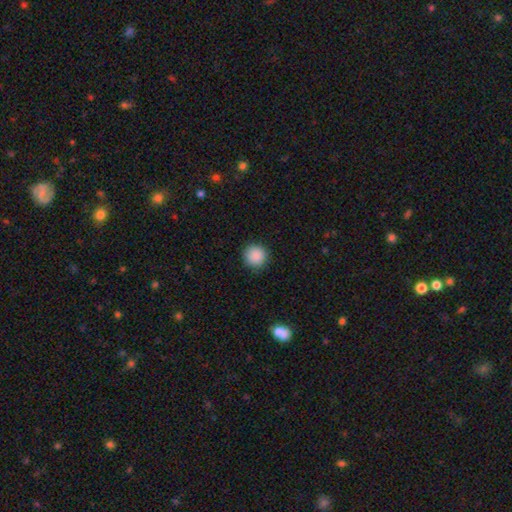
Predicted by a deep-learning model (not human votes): smooth-or-featured: smooth: 89% | star or artifact: 9% | featured or disk: 3%
  how-rounded: round: 95% | in between: 4% | cigar-shaped: 1%
  merging: none: 91% | minor disturbance: 6% | major disturbance: 2% | merger: 1%